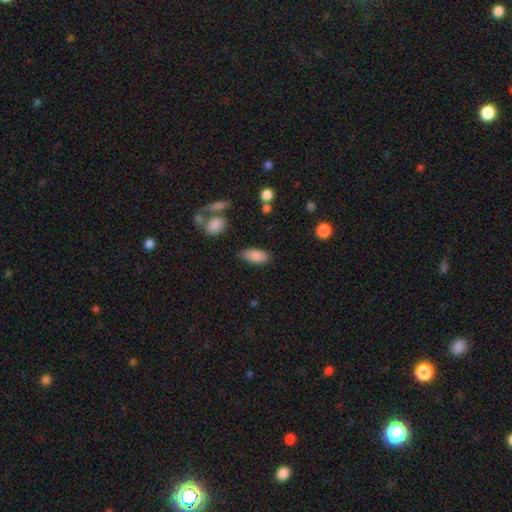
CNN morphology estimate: A smooth galaxy with no disk features (87%) that is in between round and cigar-shaped (87%).

Vote fractions:
- Smooth or featured? smooth: 87% / star or artifact: 7% / featured or disk: 6%
- How rounded? in between: 87% / cigar-shaped: 10% / round: 3%
- Merging? none: 80% / minor disturbance: 13% / major disturbance: 4% / merger: 3%